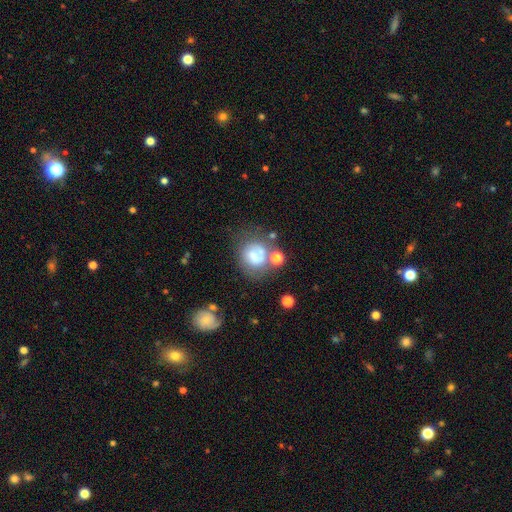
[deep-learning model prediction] Q: Smooth or featured?
A: smooth (55%); runner-up: featured or disk (33%)
Q: How rounded?
A: round (74%); runner-up: in between (25%)
Q: Merging?
A: none (42%); runner-up: minor disturbance (20%)